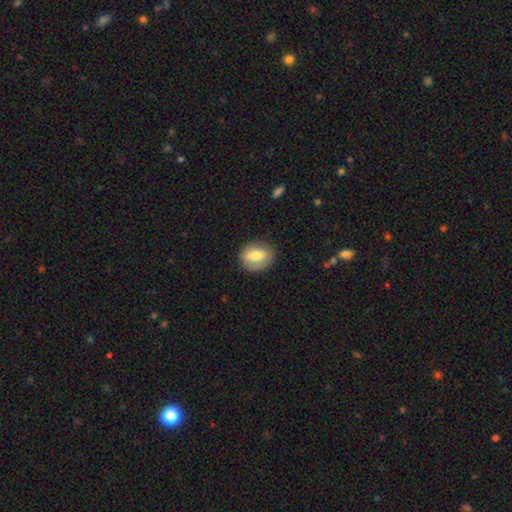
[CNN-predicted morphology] Smooth or featured: smooth — 71% (featured or disk — 22%)
How rounded: in between — 55% (round — 43%)
Merging: none — 84% (minor disturbance — 11%)